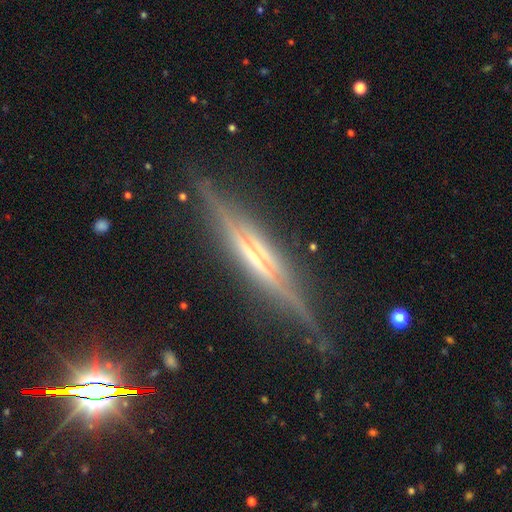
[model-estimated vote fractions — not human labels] Q: Smooth or featured?
A: featured or disk (86%); runner-up: smooth (8%)
Q: Edge-on disk?
A: yes (97%); runner-up: no (3%)
Q: Edge-on bulge?
A: rounded (42%); runner-up: none (34%)
Q: Merging?
A: none (83%); runner-up: minor disturbance (12%)